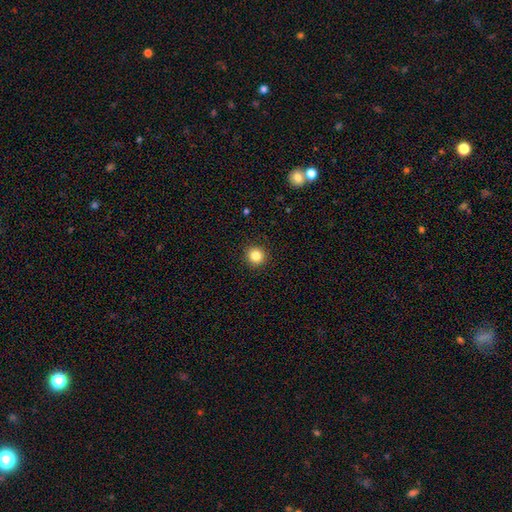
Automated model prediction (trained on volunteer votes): This appears to be a smooth galaxy with no disk features (84%) that is round (94%). Merging: none (92%).